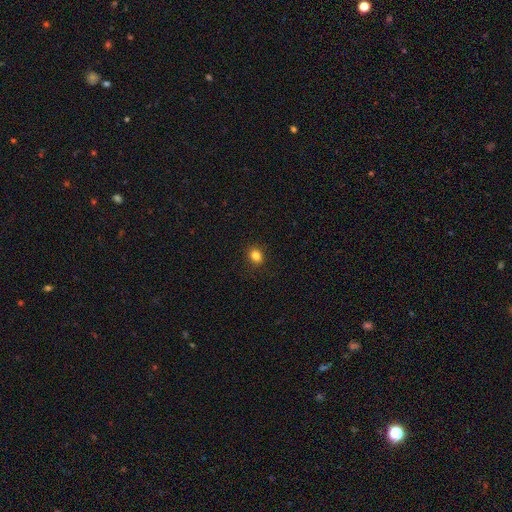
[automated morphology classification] A smooth galaxy with no disk features (83%) that is round (67%). Merging: none (90%).